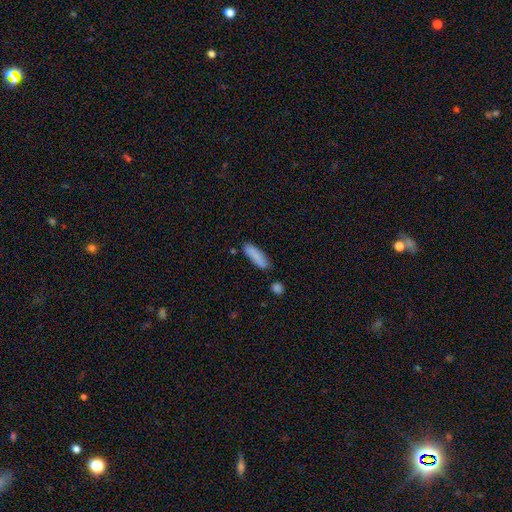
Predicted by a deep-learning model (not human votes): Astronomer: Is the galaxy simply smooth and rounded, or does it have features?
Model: smooth — 84%.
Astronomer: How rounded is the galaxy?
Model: cigar-shaped — 59% (runner-up: in between, 39%).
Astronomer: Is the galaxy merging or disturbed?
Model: none — 75%.